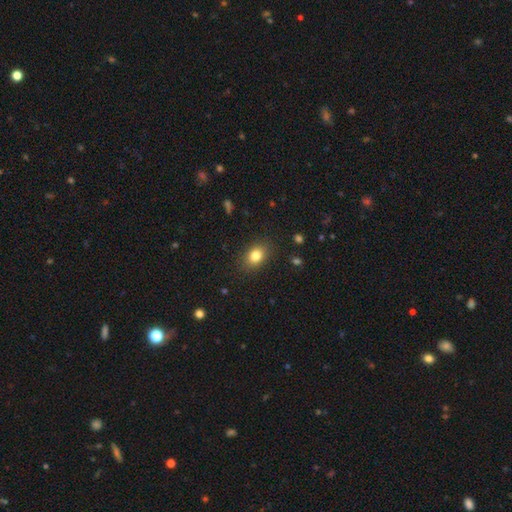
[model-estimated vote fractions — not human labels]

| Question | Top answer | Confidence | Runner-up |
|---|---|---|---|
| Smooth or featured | smooth | 81% | star or artifact (10%) |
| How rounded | in between | 70% | round (28%) |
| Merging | none | 86% | minor disturbance (10%) |